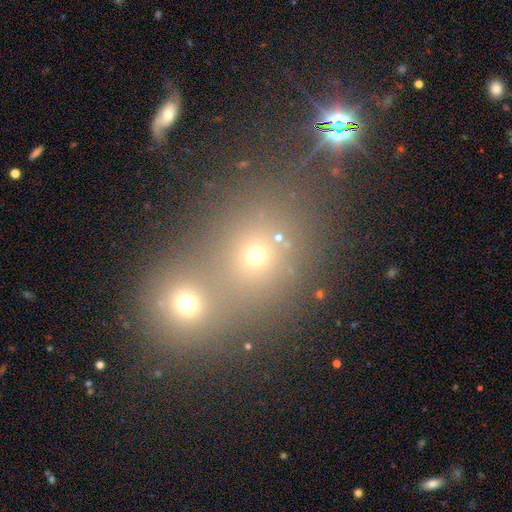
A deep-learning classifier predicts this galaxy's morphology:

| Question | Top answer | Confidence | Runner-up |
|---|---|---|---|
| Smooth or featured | smooth | 62% | star or artifact (24%) |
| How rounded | round | 67% | in between (32%) |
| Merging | merger | 60% | none (31%) |